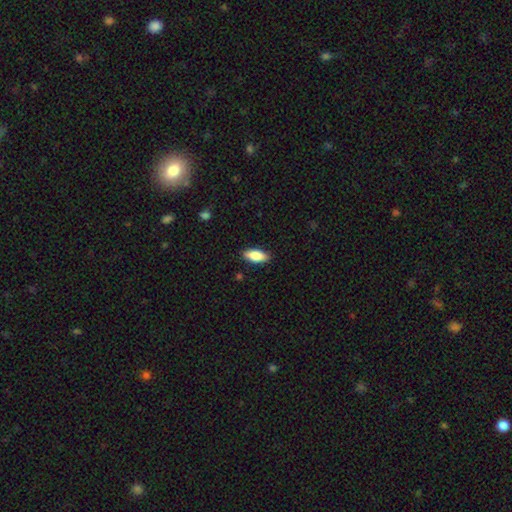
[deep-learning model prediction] Smooth or featured? Predicted: smooth (p=0.82). How rounded? Predicted: in between (p=0.83). Merging? Predicted: none (p=0.88).